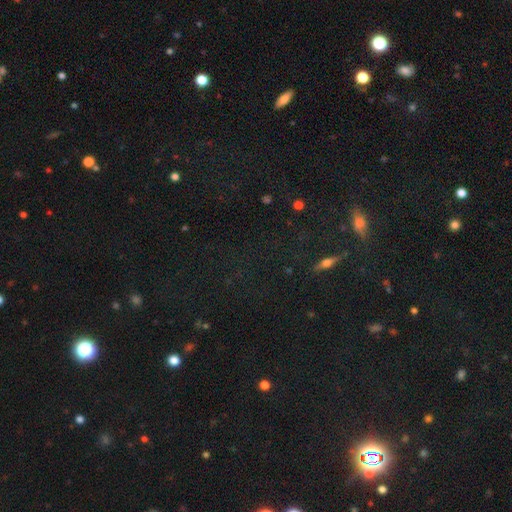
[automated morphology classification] A star or artifact, not a galaxy (53%).

Vote fractions:
- Smooth or featured? star or artifact: 53% / smooth: 28% / featured or disk: 19%